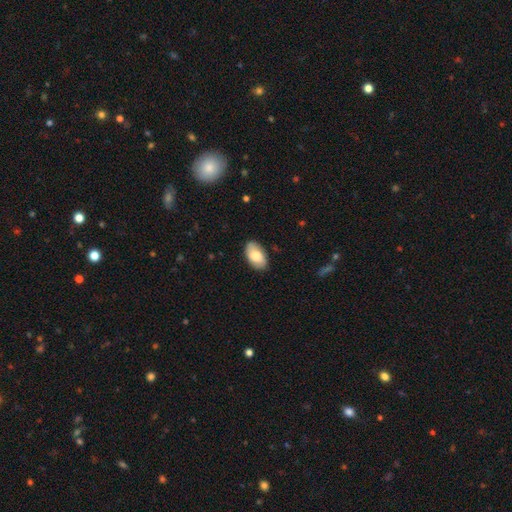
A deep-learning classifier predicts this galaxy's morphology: This is likely a smooth galaxy (75%). How rounded: clearly in between (94%). Merging: clearly none (84%).